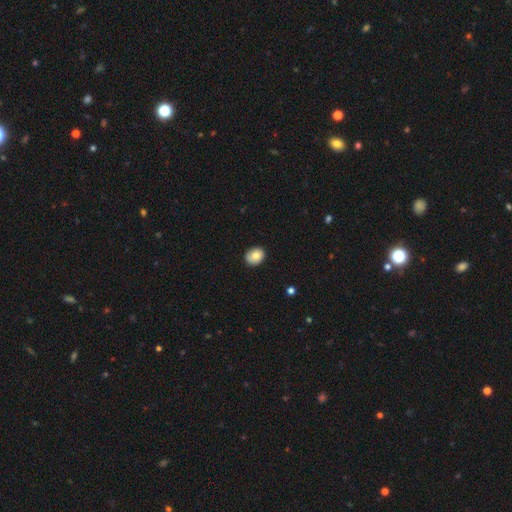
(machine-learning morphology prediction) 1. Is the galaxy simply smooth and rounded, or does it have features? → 80% smooth, 12% featured or disk, 8% star or artifact.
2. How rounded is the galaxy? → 58% round, 41% in between, 1% cigar-shaped.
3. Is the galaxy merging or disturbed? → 86% none, 11% minor disturbance, 2% major disturbance, 1% merger.